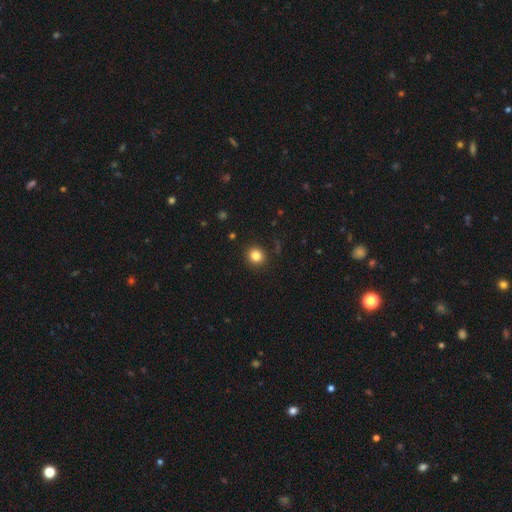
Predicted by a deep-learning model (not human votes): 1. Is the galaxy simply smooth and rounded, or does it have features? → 84% smooth, 11% star or artifact, 5% featured or disk.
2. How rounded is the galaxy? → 86% round, 13% in between, 1% cigar-shaped.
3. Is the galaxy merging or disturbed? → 89% none, 7% minor disturbance, 2% major disturbance, 1% merger.